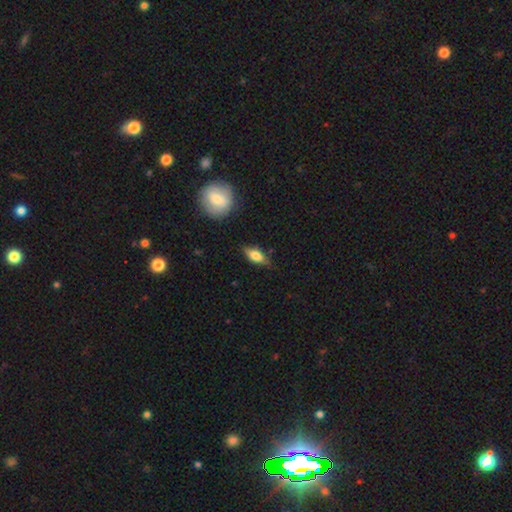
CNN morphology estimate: smooth 58%, featured or disk 34%, star or artifact 8%. Down the decision tree: how rounded — in between (72%); merging — none (74%).